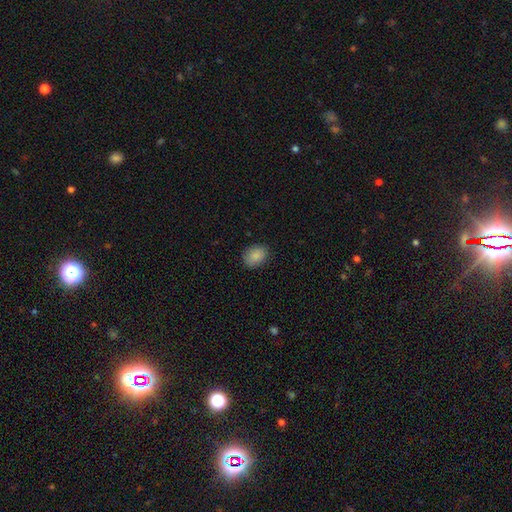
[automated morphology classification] type=smooth (88%); roundness=in between (61%); merging=none (85%).